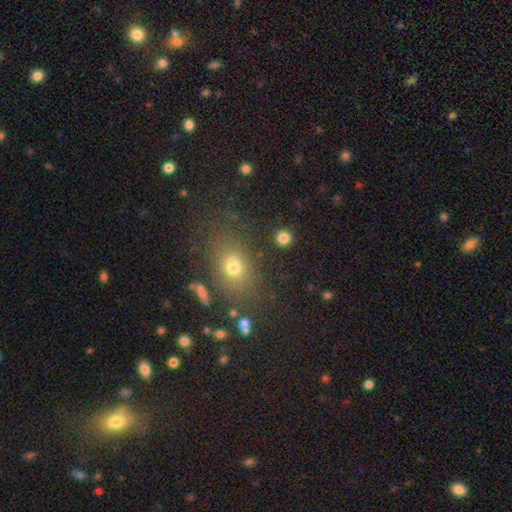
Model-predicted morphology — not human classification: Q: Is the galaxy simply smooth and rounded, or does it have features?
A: smooth — 56%.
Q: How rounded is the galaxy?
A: in between — 55%.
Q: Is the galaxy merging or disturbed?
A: none — 80%.